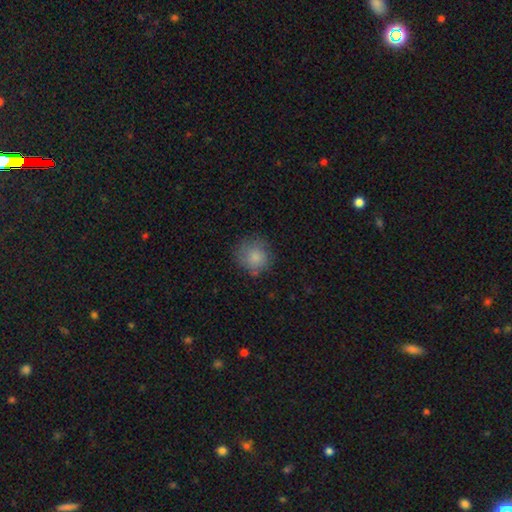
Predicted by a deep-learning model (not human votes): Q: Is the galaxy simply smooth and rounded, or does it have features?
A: smooth — 79%.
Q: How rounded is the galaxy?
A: round — 91%.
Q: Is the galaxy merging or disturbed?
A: none — 78%.